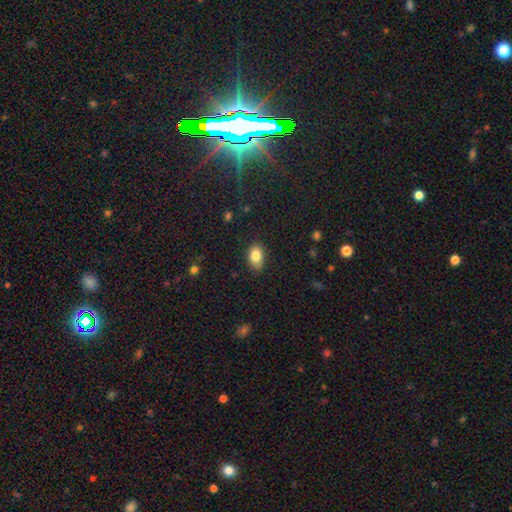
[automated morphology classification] A smooth galaxy with no disk features (84%) that is in between round and cigar-shaped (81%). Merging: none (78%).